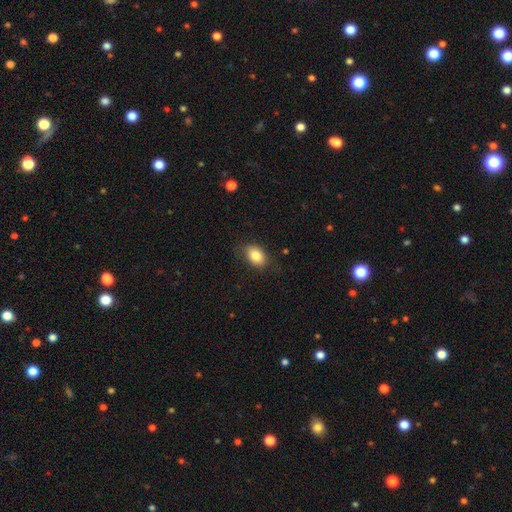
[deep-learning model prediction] A smooth galaxy with no disk features (84%) that is in between round and cigar-shaped (84%). Merging: none (79%).